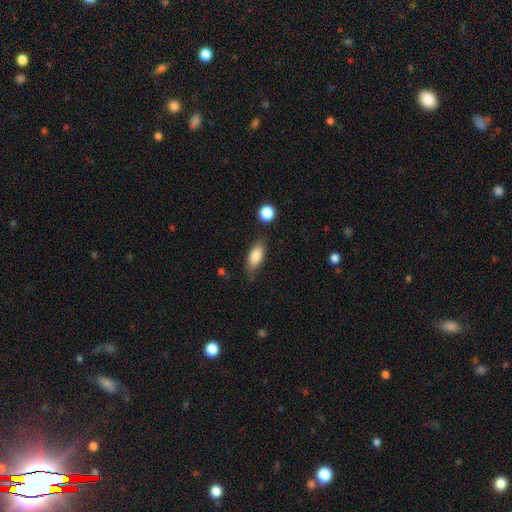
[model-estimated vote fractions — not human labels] Smooth or featured? Predicted: smooth (p=0.84). How rounded? Predicted: in between (p=0.83). Merging? Predicted: none (p=0.73).